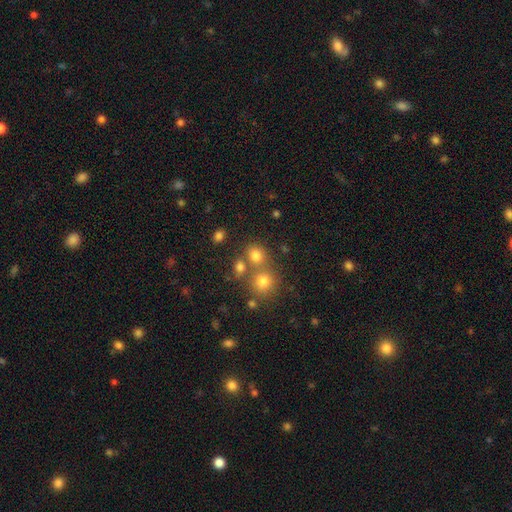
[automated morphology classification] This appears to be a smooth galaxy with no disk features (76%) that is round (71%). Merging: none (57%).